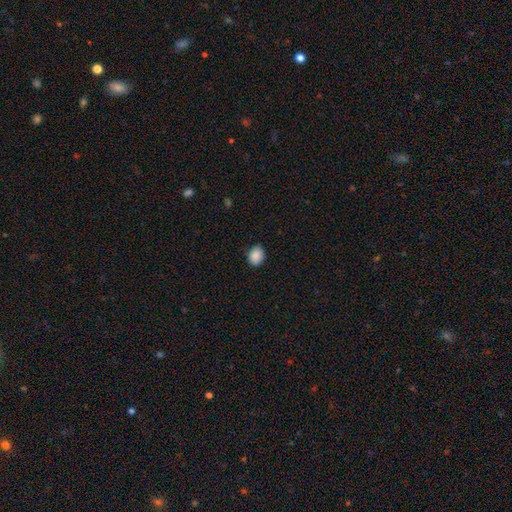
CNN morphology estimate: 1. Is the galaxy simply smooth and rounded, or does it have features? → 89% smooth, 8% star or artifact, 3% featured or disk.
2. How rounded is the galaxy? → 54% in between, 45% round, 1% cigar-shaped.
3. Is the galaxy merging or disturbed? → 85% none, 12% minor disturbance, 2% major disturbance, 1% merger.